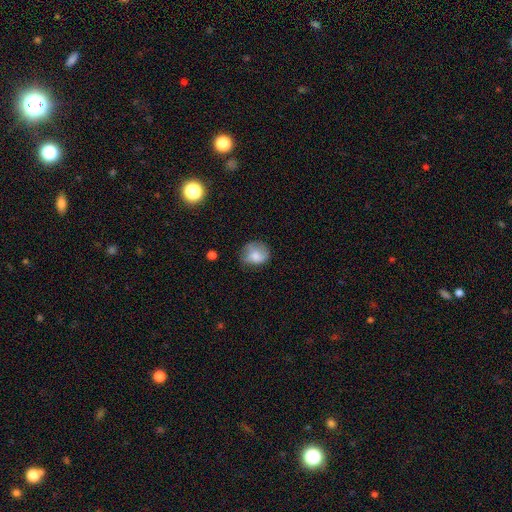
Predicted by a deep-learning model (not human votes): Smooth or featured: smooth — 75% (featured or disk — 16%)
How rounded: round — 67% (in between — 32%)
Merging: none — 54% (minor disturbance — 31%)